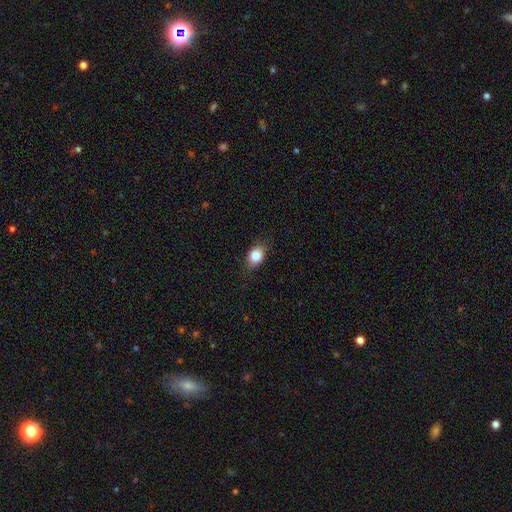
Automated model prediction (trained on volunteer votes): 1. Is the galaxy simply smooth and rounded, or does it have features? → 83% smooth, 9% star or artifact, 9% featured or disk.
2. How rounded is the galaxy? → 71% in between, 27% round, 2% cigar-shaped.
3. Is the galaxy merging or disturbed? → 81% none, 15% minor disturbance, 3% major disturbance, 1% merger.